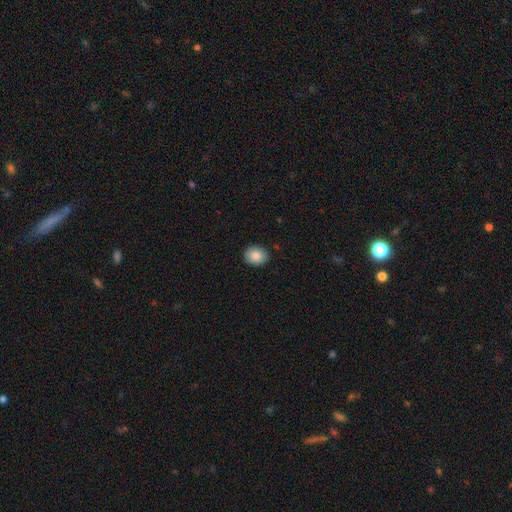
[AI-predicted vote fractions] Smooth or featured? Predicted: smooth (p=0.86). How rounded? Predicted: round (p=0.54). Merging? Predicted: none (p=0.89).